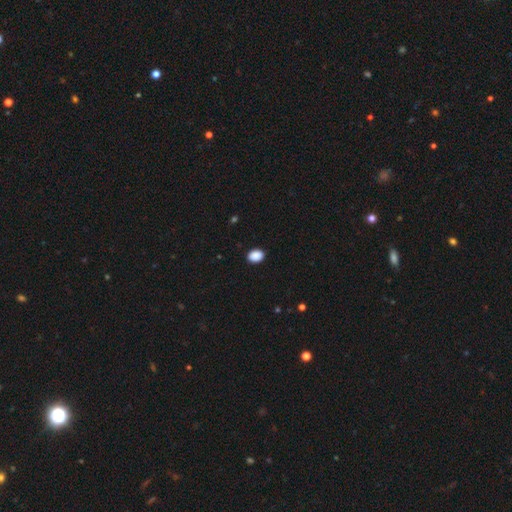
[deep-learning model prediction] smooth_or_featured: smooth (p=0.89) [alt: star or artifact p=0.08]
how_rounded: in between (p=0.70) [alt: round p=0.29]
merging: none (p=0.90) [alt: minor disturbance p=0.07]